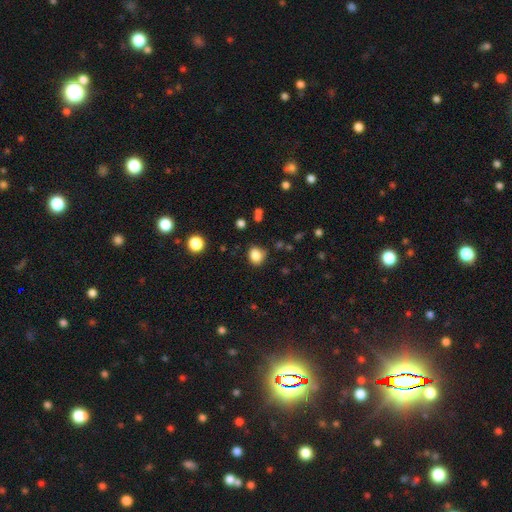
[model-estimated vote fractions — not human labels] This appears to be a smooth galaxy with no disk features (84%) that is round (68%). Merging: none (76%).